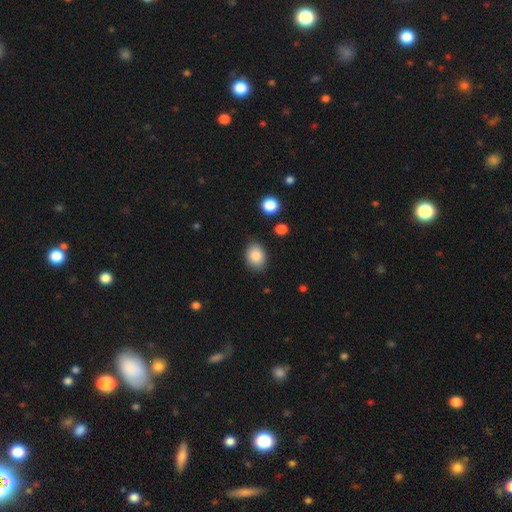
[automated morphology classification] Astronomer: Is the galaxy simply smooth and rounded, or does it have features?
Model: smooth — 87%.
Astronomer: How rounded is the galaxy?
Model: in between — 70%.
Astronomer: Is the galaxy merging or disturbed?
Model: none — 83%.